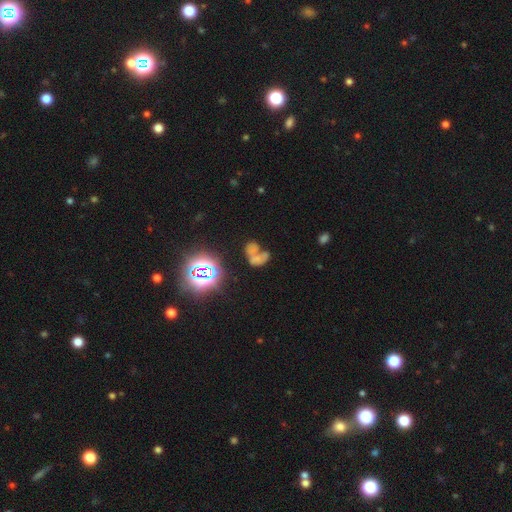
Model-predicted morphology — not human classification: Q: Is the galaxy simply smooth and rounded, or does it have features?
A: smooth — 37%.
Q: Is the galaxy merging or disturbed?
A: merger — 46%.